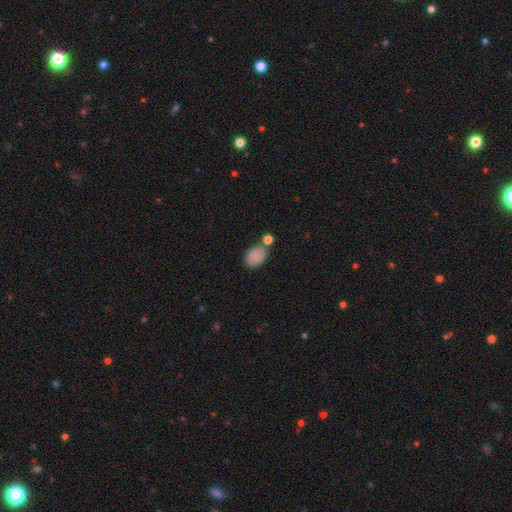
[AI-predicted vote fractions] This is clearly a smooth galaxy (86%). How rounded: clearly in between (84%). Merging: likely none (66%).